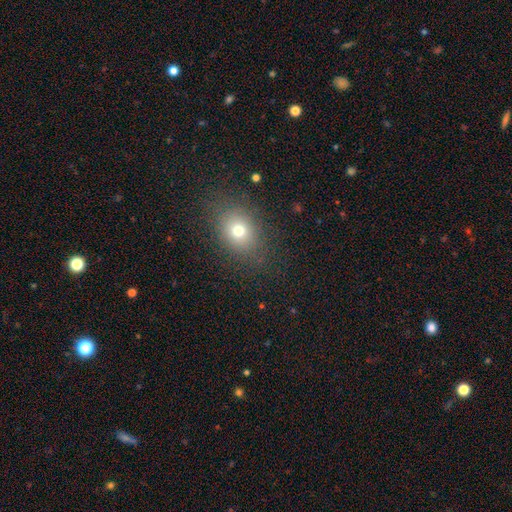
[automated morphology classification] smooth 69%, star or artifact 22%, featured or disk 9%. Down the decision tree: how rounded — in between (58%); merging — none (88%).